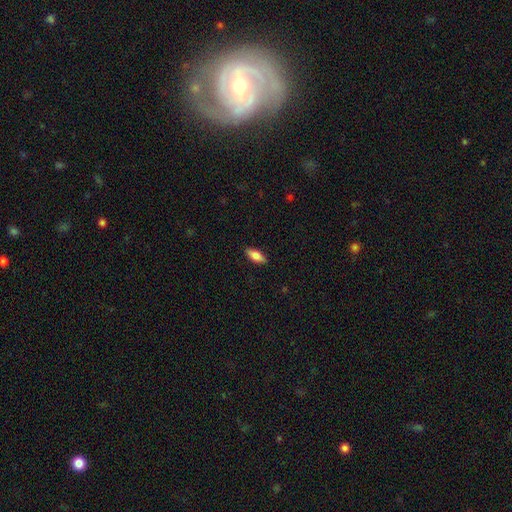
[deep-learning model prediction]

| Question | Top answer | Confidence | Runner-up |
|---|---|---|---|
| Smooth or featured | smooth | 78% | featured or disk (16%) |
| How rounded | in between | 78% | cigar-shaped (20%) |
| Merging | none | 89% | minor disturbance (9%) |